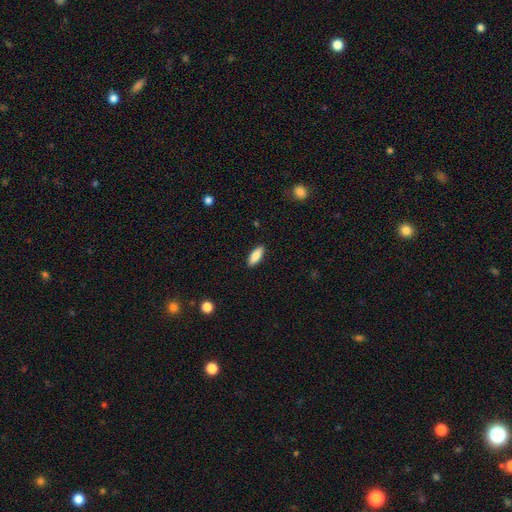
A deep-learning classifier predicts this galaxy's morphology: Smooth or featured?
  - smooth: 83% *
  - featured or disk: 11%
  - star or artifact: 6%
How rounded?
  - in between: 77% *
  - cigar-shaped: 21%
  - round: 2%
Merging?
  - none: 90% *
  - minor disturbance: 8%
  - major disturbance: 2%
  - merger: 1%